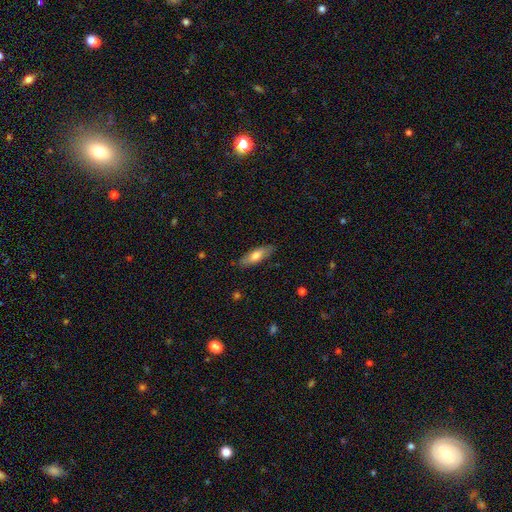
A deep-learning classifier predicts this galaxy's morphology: smooth_or_featured: smooth (p=0.69) [alt: featured or disk p=0.25]
how_rounded: in between (p=0.58) [alt: cigar-shaped p=0.40]
merging: none (p=0.85) [alt: minor disturbance p=0.11]